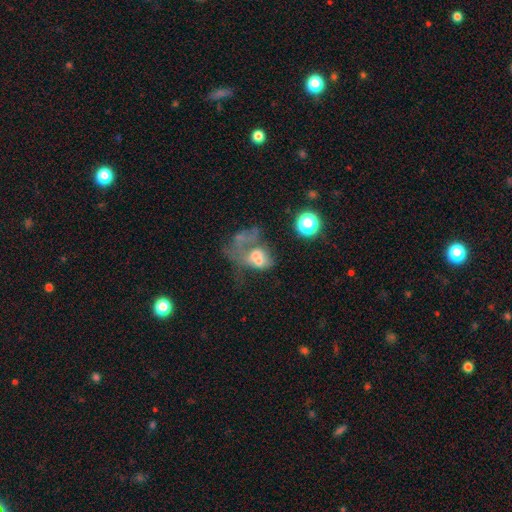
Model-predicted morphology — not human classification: The model was most divided on "smooth or featured": smooth: 44%, featured or disk: 41%, star or artifact: 15%. More confident: merging — merger (52%).